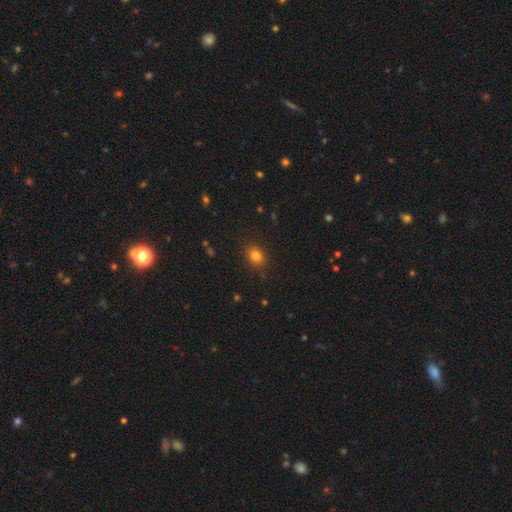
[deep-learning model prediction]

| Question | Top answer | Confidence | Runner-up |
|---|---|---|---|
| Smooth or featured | smooth | 80% | star or artifact (13%) |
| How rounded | round | 49% | tied: in between (49%) |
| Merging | none | 87% | minor disturbance (10%) |